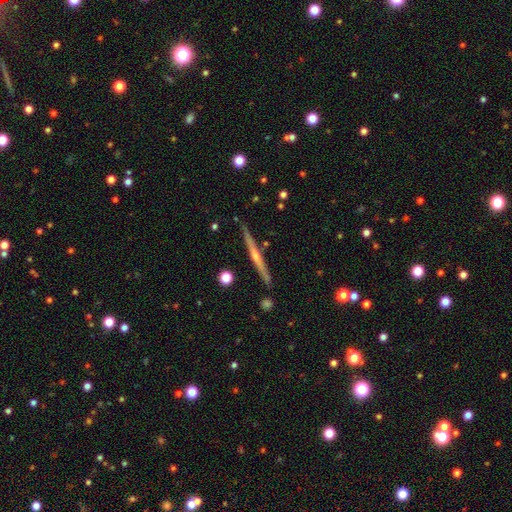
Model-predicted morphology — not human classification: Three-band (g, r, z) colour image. It shows a featured or disk galaxy (72%) viewed edge-on (98%) with a rounded central bulge (61%). Merging: none (88%).